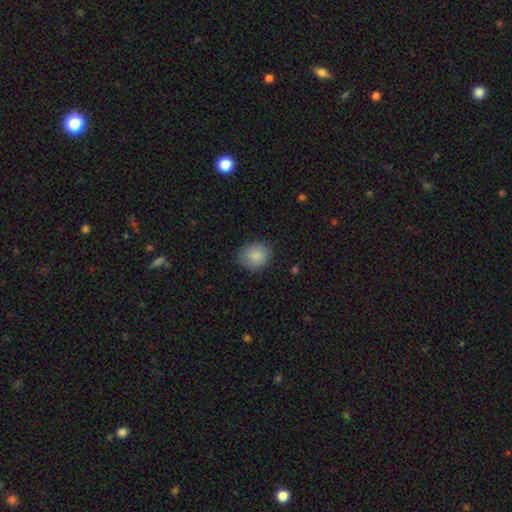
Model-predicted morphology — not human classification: The model was most divided on "how rounded": round: 75%, in between: 24%, cigar-shaped: 1%. More confident: smooth or featured — smooth (86%); merging — none (80%).